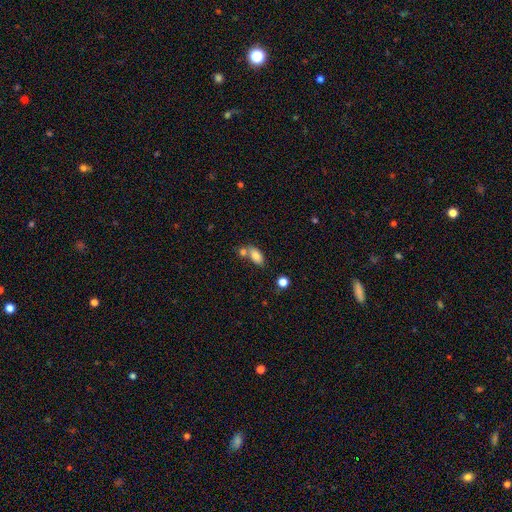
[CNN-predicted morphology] Smooth or featured: smooth — 81% (featured or disk — 10%)
How rounded: in between — 89% (cigar-shaped — 6%)
Merging: none — 45% (merger — 37%)